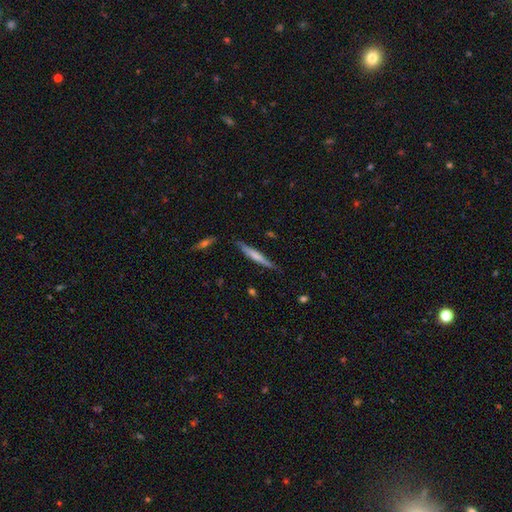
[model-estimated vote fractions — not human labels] smooth_or_featured: smooth (p=0.54) [alt: featured or disk p=0.40]
how_rounded: cigar-shaped (p=0.94) [alt: in between p=0.05]
merging: none (p=0.80) [alt: minor disturbance p=0.15]